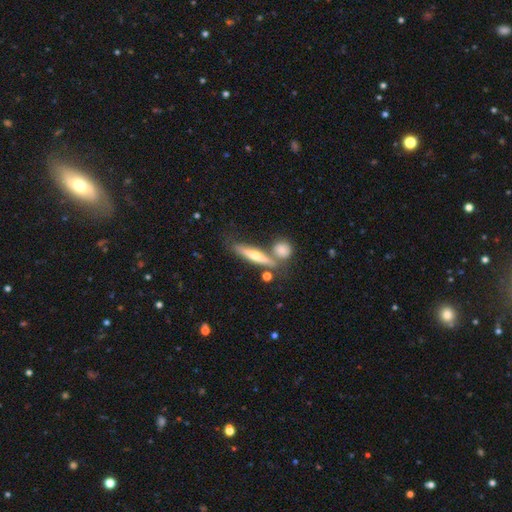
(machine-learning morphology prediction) Q: Smooth or featured?
A: featured or disk (57%); runner-up: smooth (36%)
Q: Edge-on disk?
A: yes (91%); runner-up: no (9%)
Q: Edge-on bulge?
A: rounded (86%); runner-up: none (11%)
Q: Merging?
A: none (62%); runner-up: merger (21%)